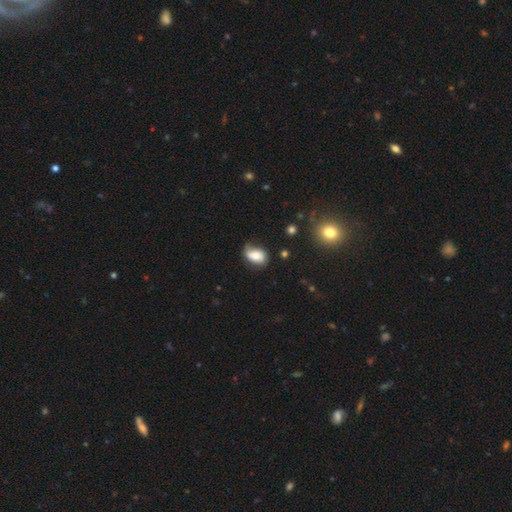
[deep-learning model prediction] smooth 63%, featured or disk 28%, star or artifact 9%. Down the decision tree: how rounded — in between (84%); merging — none (47%).